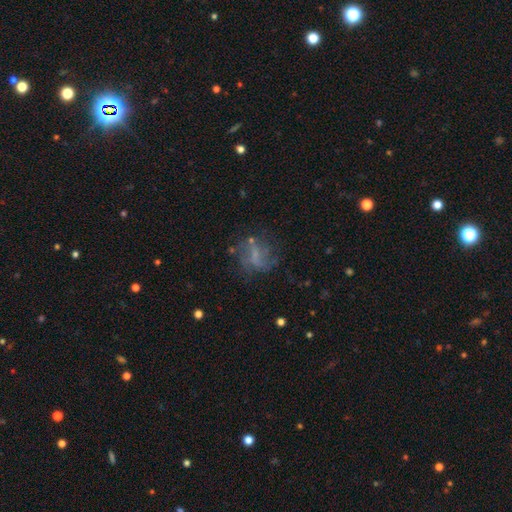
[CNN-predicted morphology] A featured or disk galaxy (54%) with no bar (46%), spiral arms (56%) and no central bulge (46%). Merging: none (54%).